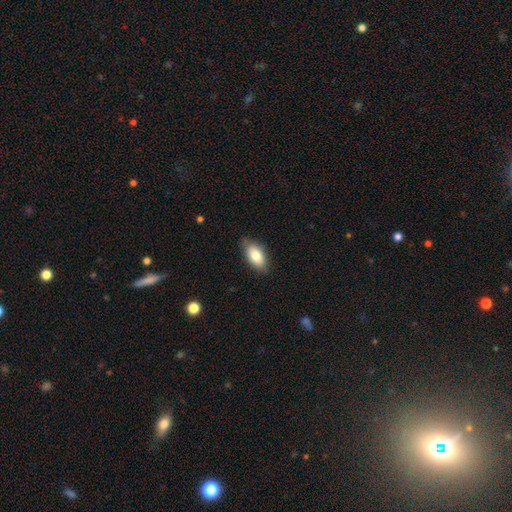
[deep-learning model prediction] Smooth or featured? Predicted: smooth (p=0.80). How rounded? Predicted: in between (p=0.91). Merging? Predicted: none (p=0.81).